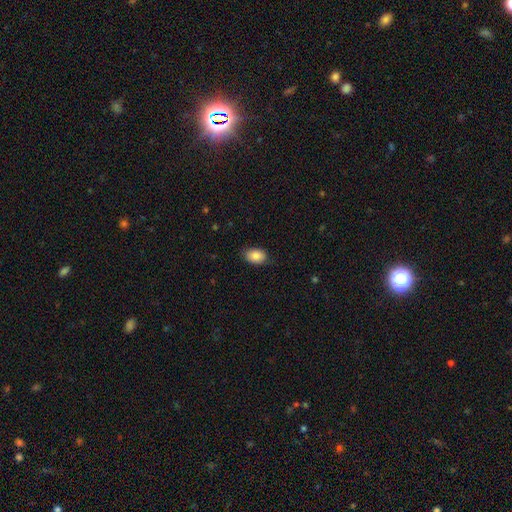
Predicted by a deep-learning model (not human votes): A smooth galaxy with no disk features (85%) that is in between round and cigar-shaped (83%). Merging: none (82%).